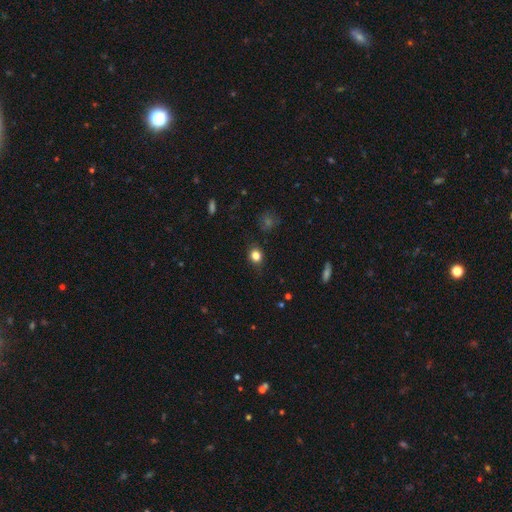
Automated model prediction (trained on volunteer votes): smooth-or-featured: smooth: 81% | star or artifact: 14% | featured or disk: 6%
  how-rounded: round: 68% | in between: 31% | cigar-shaped: 1%
  merging: none: 84% | minor disturbance: 12% | major disturbance: 3% | merger: 1%